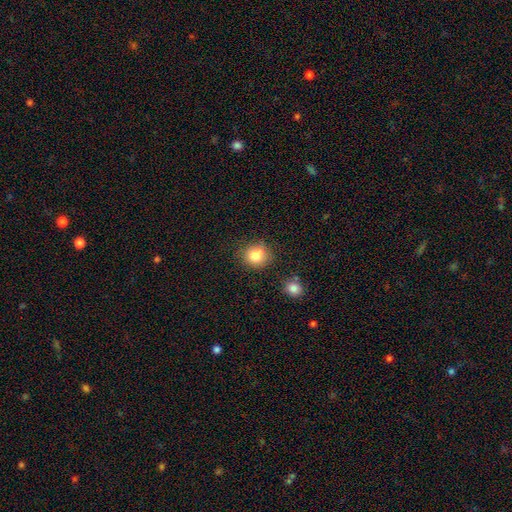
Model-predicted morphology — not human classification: A smooth galaxy with no disk features (82%) that is round (80%). Merging: none (72%).